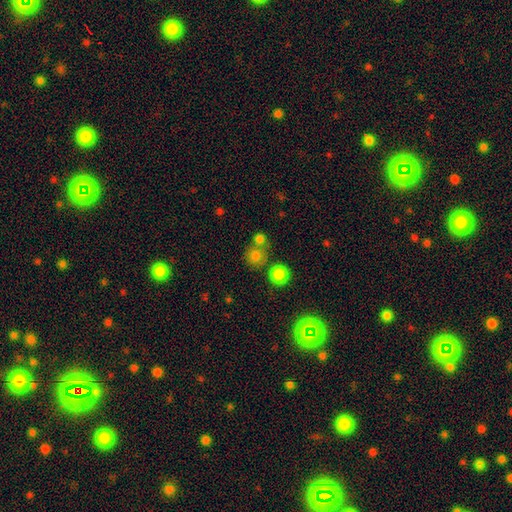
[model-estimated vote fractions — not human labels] Overall: smooth (77%). How rounded: round (88%). Merging: none (61%; merger 26%).